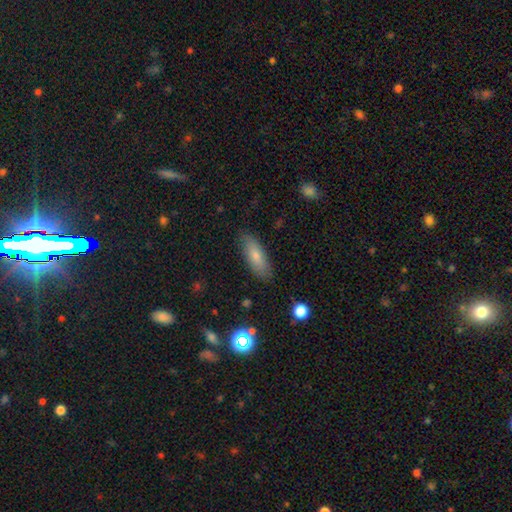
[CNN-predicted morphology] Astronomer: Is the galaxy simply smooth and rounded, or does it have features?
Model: smooth — 76%.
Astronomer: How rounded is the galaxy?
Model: in between — 65%.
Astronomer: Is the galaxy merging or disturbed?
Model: none — 84%.